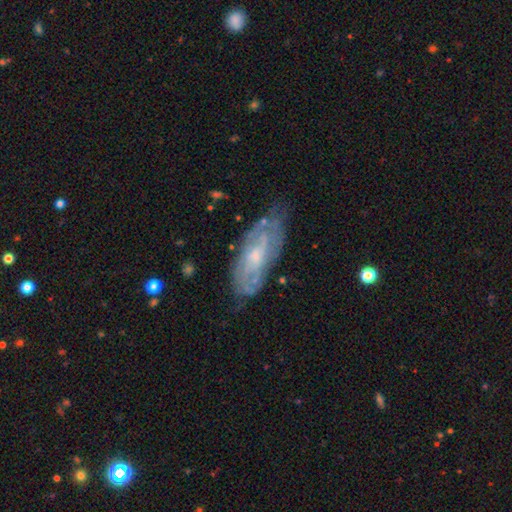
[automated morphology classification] featured or disk 68%, smooth 25%, star or artifact 7%. Down the decision tree: edge-on disk — no (87%); bar — no (65%); spiral arms — yes (69%); bulge size — small (60%); merging — none (62%).